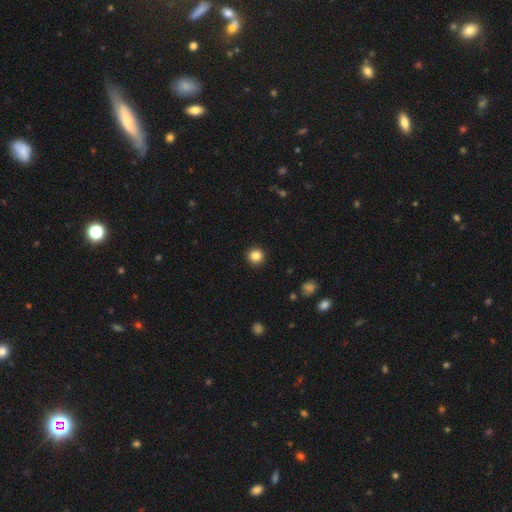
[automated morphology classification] This appears to be a smooth galaxy with no disk features (84%) that is round (94%). Merging: none (93%).